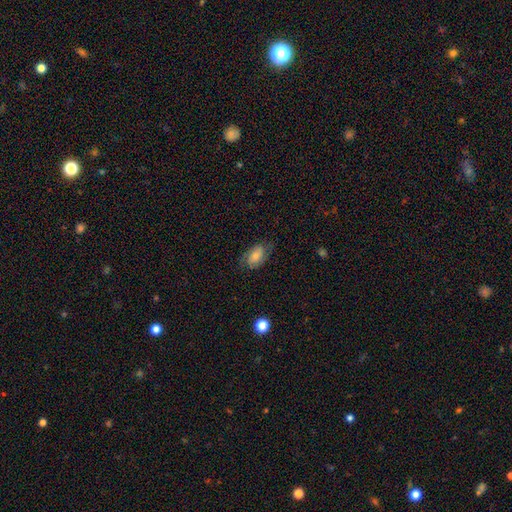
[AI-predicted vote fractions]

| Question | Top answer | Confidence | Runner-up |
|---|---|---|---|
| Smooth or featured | smooth | 62% | featured or disk (30%) |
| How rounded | in between | 91% | round (7%) |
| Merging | none | 68% | minor disturbance (22%) |